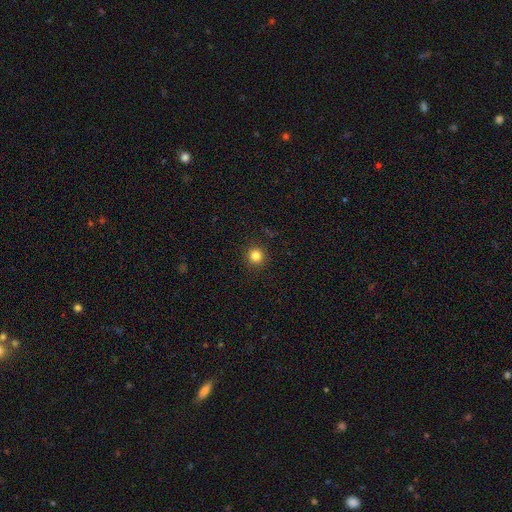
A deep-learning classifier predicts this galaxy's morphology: Smooth or featured?
  - smooth: 83% *
  - star or artifact: 12%
  - featured or disk: 5%
How rounded?
  - round: 94% *
  - in between: 5%
  - cigar-shaped: 1%
Merging?
  - none: 92% *
  - minor disturbance: 5%
  - major disturbance: 2%
  - merger: 1%